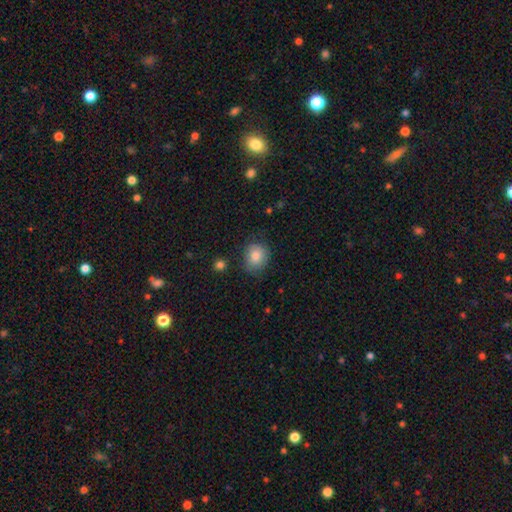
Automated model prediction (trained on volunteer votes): A smooth galaxy with no disk features (83%) that is round (59%). Merging: none (72%).